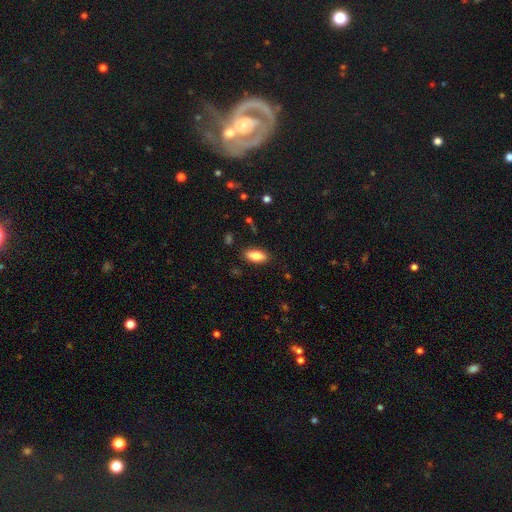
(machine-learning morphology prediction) Q: Smooth or featured?
A: smooth (84%); runner-up: featured or disk (10%)
Q: How rounded?
A: in between (84%); runner-up: cigar-shaped (13%)
Q: Merging?
A: none (87%); runner-up: minor disturbance (9%)